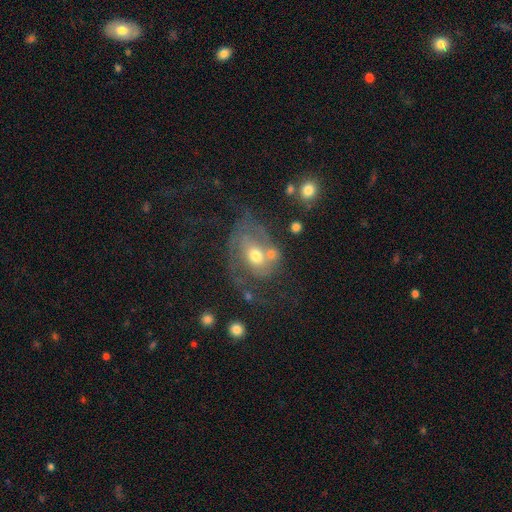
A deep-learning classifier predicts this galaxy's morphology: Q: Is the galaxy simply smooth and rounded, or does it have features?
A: featured or disk — 61%.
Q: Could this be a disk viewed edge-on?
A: no — 96%.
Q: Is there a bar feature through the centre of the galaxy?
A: no — 73%.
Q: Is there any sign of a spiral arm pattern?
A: yes — 67%.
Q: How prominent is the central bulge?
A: moderate — 70%.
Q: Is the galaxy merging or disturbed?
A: none — 36%.